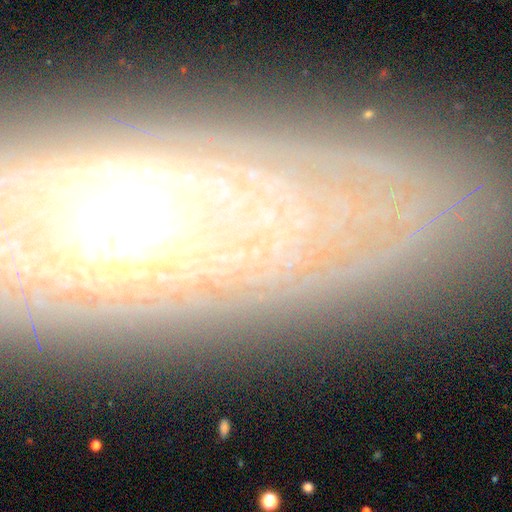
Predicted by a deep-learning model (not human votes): This appears to be a featured or disk galaxy (74%). Merging: none (82%).